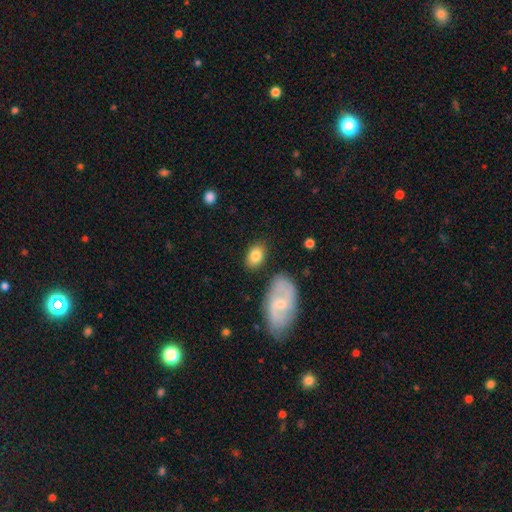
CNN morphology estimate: Q: Smooth or featured?
A: smooth (80%); runner-up: featured or disk (13%)
Q: How rounded?
A: in between (84%); runner-up: round (14%)
Q: Merging?
A: none (78%); runner-up: minor disturbance (13%)